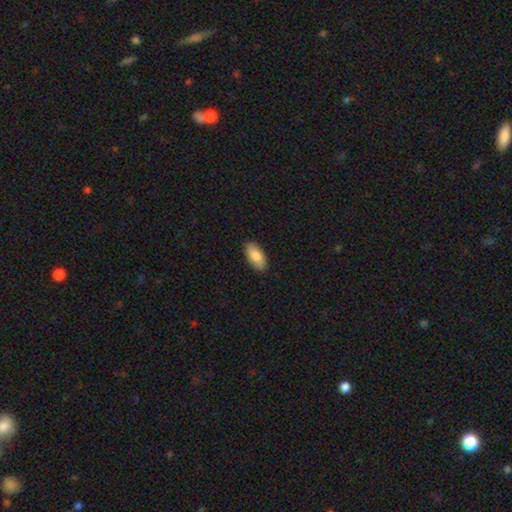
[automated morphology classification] A smooth galaxy with no disk features (84%) that is in between round and cigar-shaped (91%).

Vote fractions:
- Smooth or featured? smooth: 84% / featured or disk: 10% / star or artifact: 6%
- How rounded? in between: 91% / cigar-shaped: 7% / round: 2%
- Merging? none: 87% / minor disturbance: 10% / major disturbance: 2% / merger: 1%